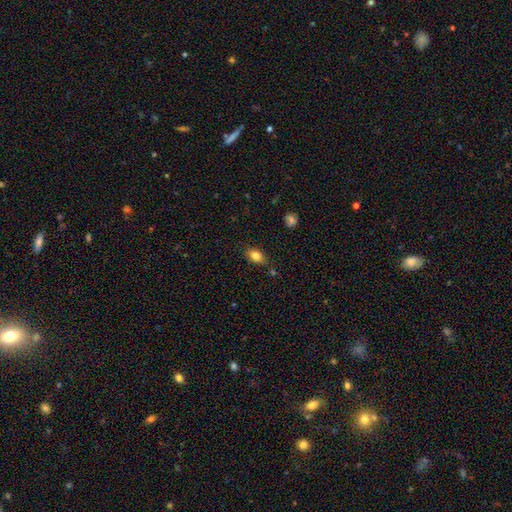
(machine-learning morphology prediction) This appears to be a smooth galaxy with no disk features (82%) that is in between round and cigar-shaped (81%). Merging: none (80%).